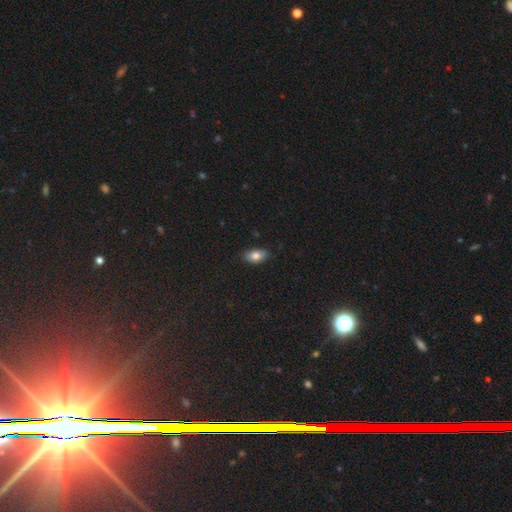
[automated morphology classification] smooth 80%, featured or disk 12%, star or artifact 8%. Down the decision tree: how rounded — in between (91%); merging — none (84%).